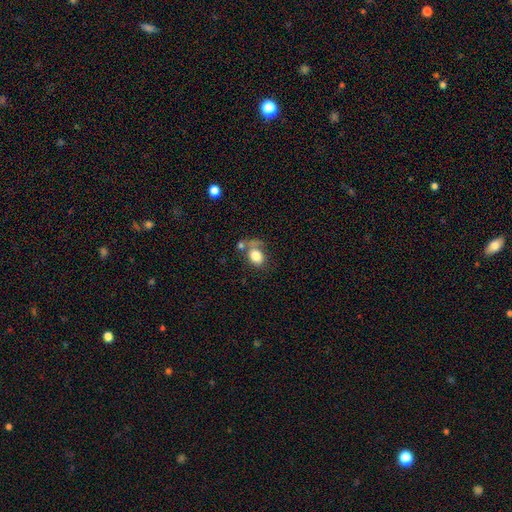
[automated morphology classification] The model was most divided on "merging": none: 42%, merger: 25%, minor disturbance: 17%, major disturbance: 16%. More confident: smooth or featured — smooth (77%); how rounded — in between (64%).